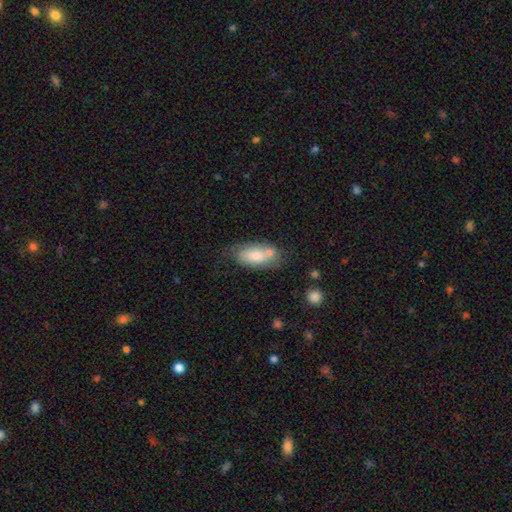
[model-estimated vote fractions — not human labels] Smooth or featured? Predicted: smooth (p=0.78). How rounded? Predicted: in between (p=0.90). Merging? Predicted: none (p=0.51).